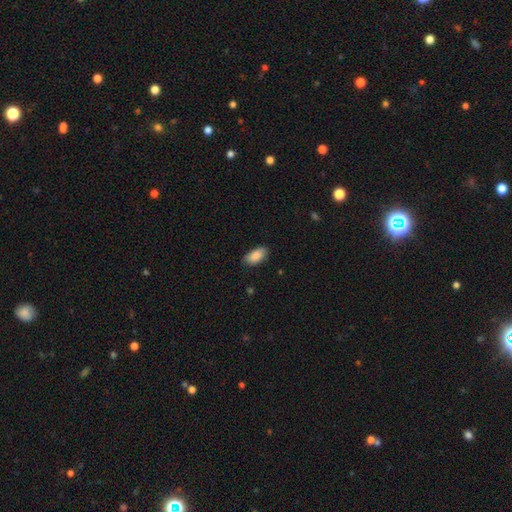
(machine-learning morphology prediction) Q: Smooth or featured?
A: smooth (87%); runner-up: star or artifact (6%)
Q: How rounded?
A: in between (93%); runner-up: cigar-shaped (4%)
Q: Merging?
A: none (82%); runner-up: minor disturbance (14%)